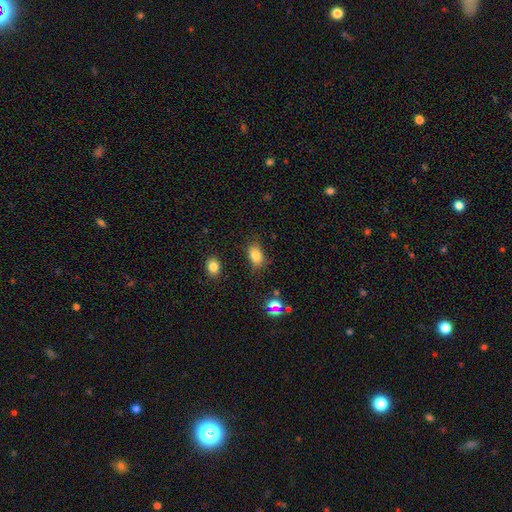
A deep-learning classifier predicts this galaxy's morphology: Smooth or featured? smooth (81%)
How rounded? in between (81%)
Merging? none (74%)